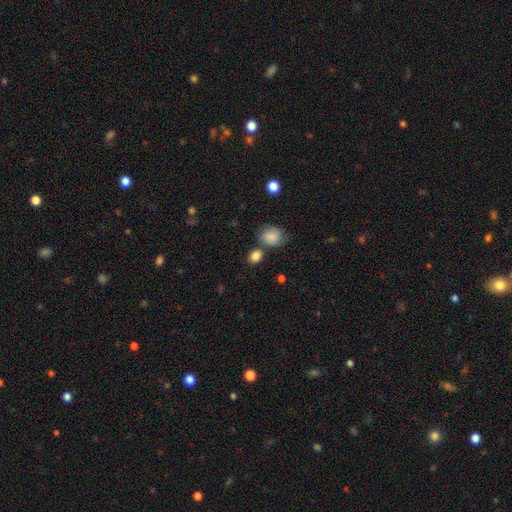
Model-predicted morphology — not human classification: The model was most divided on "how rounded": in between: 50%, round: 48%, cigar-shaped: 1%. More confident: smooth or featured — smooth (85%); merging — none (63%).